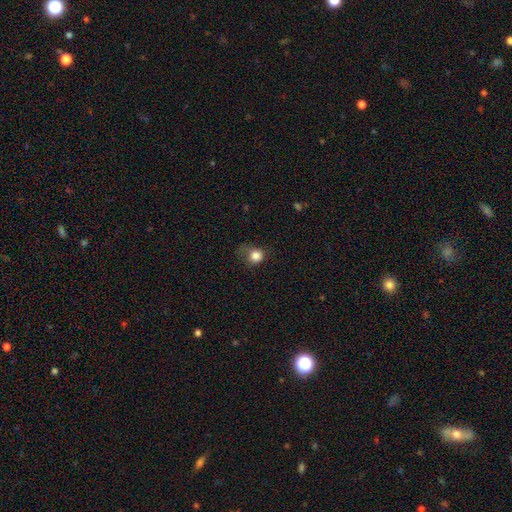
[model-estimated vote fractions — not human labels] Smooth or featured: smooth — 82% (star or artifact — 11%)
How rounded: round — 75% (in between — 24%)
Merging: none — 41% (minor disturbance — 30%)